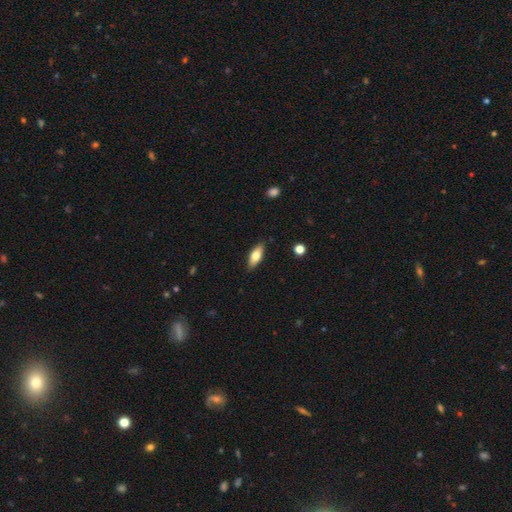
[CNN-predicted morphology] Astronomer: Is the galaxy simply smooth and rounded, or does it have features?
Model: smooth — 68%.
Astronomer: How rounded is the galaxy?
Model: in between — 70%.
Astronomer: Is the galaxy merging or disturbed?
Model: none — 87%.